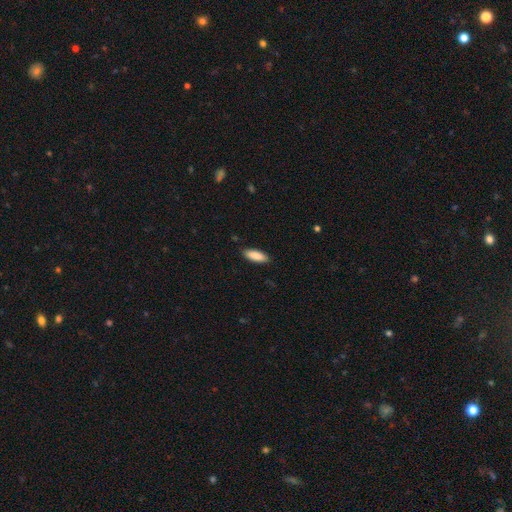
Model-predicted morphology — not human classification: Smooth or featured? smooth (88%)
How rounded? in between (67%)
Merging? none (88%)